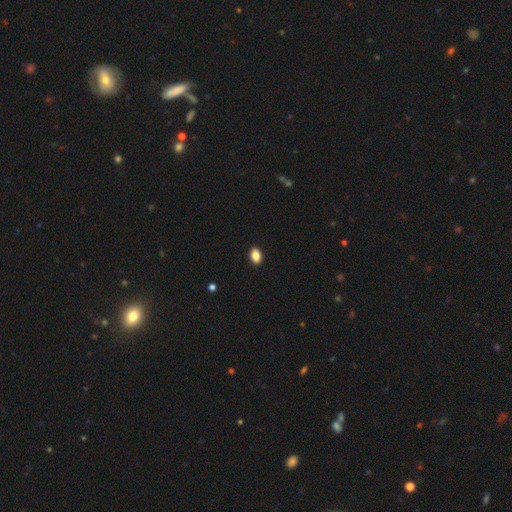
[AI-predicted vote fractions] Morphology: type=smooth (88%); roundness=in between (85%); merging=none (91%).